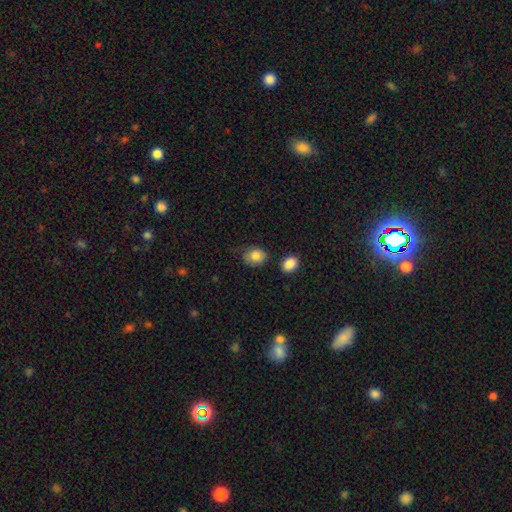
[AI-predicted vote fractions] Smooth or featured?
  - smooth: 82% *
  - featured or disk: 9%
  - star or artifact: 8%
How rounded?
  - round: 54% *
  - in between: 45%
  - cigar-shaped: 1%
Merging?
  - none: 60% *
  - minor disturbance: 27%
  - major disturbance: 8%
  - merger: 5%